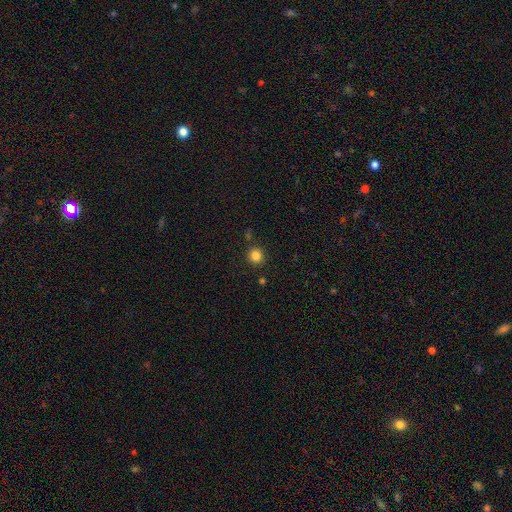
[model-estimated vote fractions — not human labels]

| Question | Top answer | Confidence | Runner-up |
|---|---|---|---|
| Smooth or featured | smooth | 84% | star or artifact (12%) |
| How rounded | round | 92% | in between (7%) |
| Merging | none | 88% | minor disturbance (7%) |